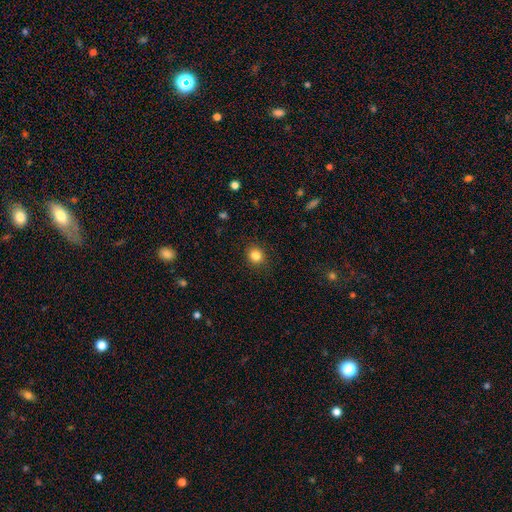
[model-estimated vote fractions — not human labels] Smooth or featured? Predicted: smooth (p=0.84). How rounded? Predicted: round (p=0.84). Merging? Predicted: none (p=0.90).